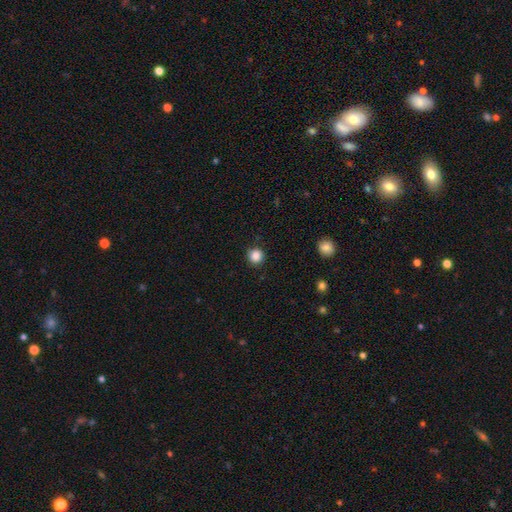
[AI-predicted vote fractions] Morphology: type=smooth (87%); roundness=round (94%); merging=none (91%).